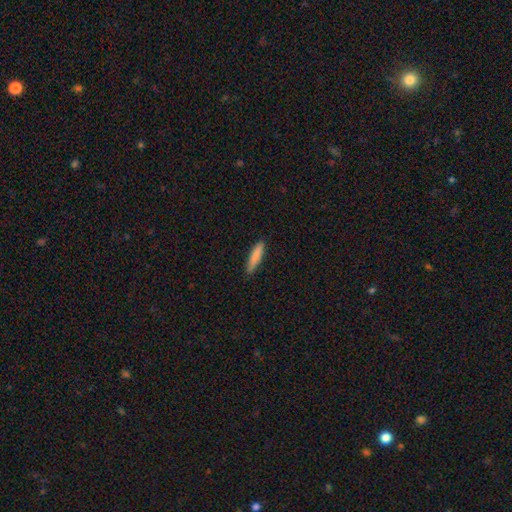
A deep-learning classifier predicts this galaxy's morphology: type=smooth (83%); roundness=cigar-shaped (84%); merging=none (87%).